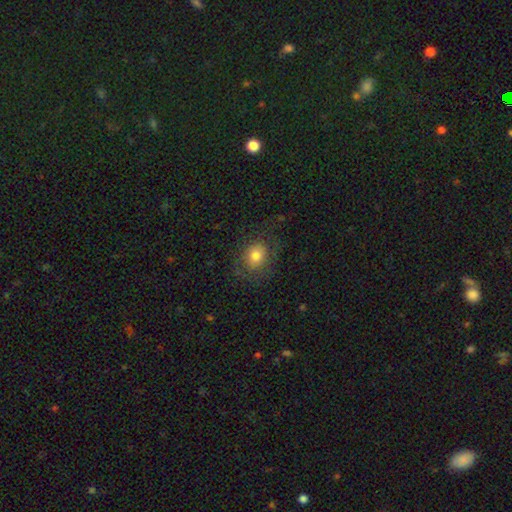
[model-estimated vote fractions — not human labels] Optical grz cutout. It shows a smooth galaxy with no disk features (69%) that is round (56%). Merging: none (69%).